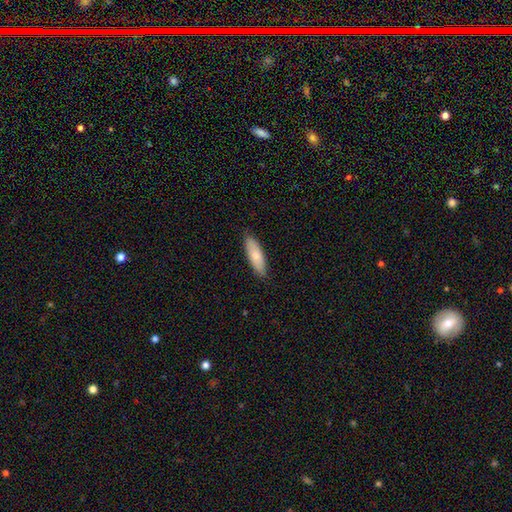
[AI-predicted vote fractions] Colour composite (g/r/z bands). It shows a smooth galaxy with no disk features (75%) that is in between round and cigar-shaped (59%). Merging: none (86%).